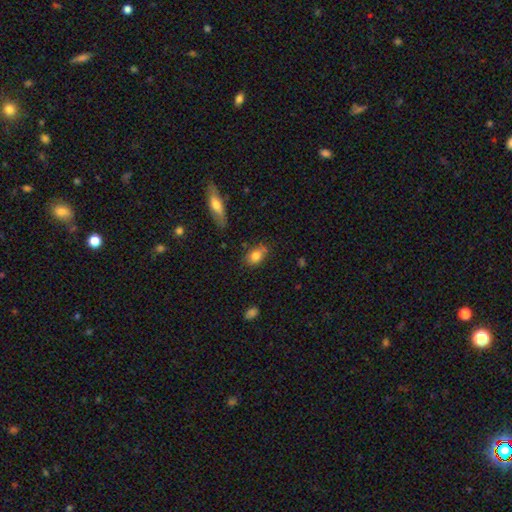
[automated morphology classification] smooth-or-featured: smooth: 79% | featured or disk: 13% | star or artifact: 8%
  how-rounded: in between: 81% | round: 16% | cigar-shaped: 3%
  merging: none: 71% | minor disturbance: 22% | major disturbance: 4% | merger: 3%